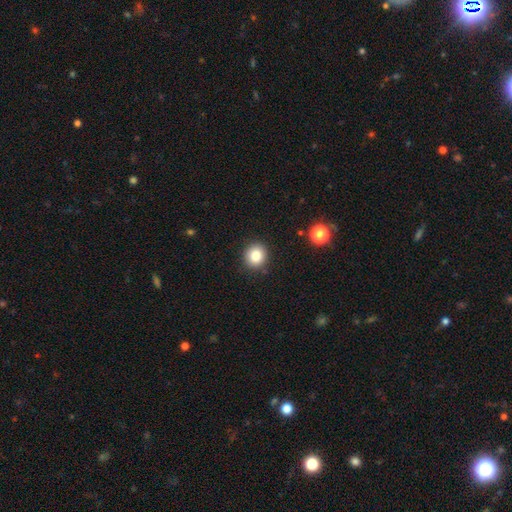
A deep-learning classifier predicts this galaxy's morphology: Smooth or featured? smooth (84%)
How rounded? round (84%)
Merging? none (89%)